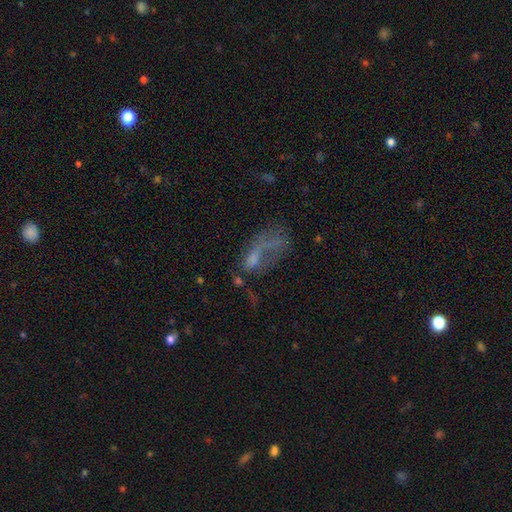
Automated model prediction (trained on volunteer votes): Overall: smooth (42%; featured or disk 40%). Merging: major disturbance (48%; none 24%).